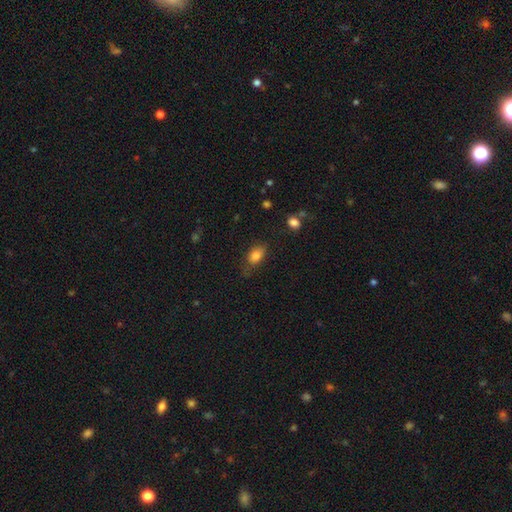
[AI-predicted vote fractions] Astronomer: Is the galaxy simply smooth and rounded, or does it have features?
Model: smooth — 83%.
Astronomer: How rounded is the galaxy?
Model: in between — 85%.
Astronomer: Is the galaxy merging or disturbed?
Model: none — 65%.